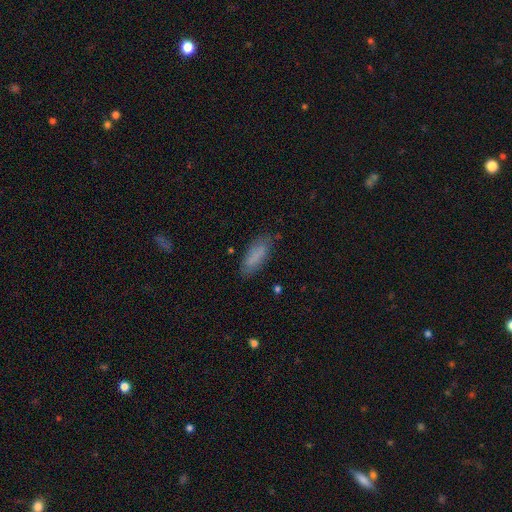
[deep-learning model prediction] Smooth or featured: smooth — 82% (featured or disk — 11%)
How rounded: in between — 64% (cigar-shaped — 34%)
Merging: none — 77% (minor disturbance — 17%)